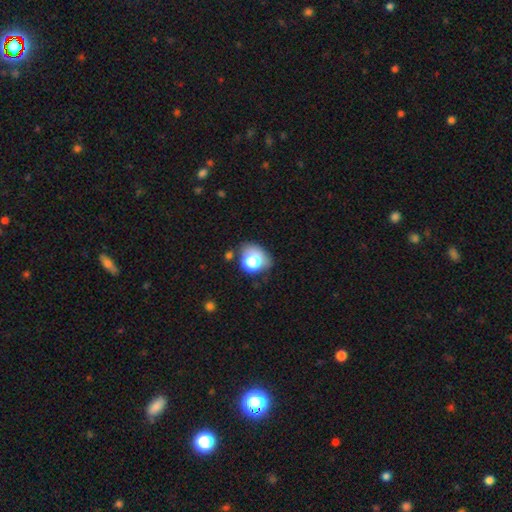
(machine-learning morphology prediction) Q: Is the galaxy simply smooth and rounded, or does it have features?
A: smooth — 73%.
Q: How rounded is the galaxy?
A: round — 54%.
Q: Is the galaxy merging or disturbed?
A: none — 45%.